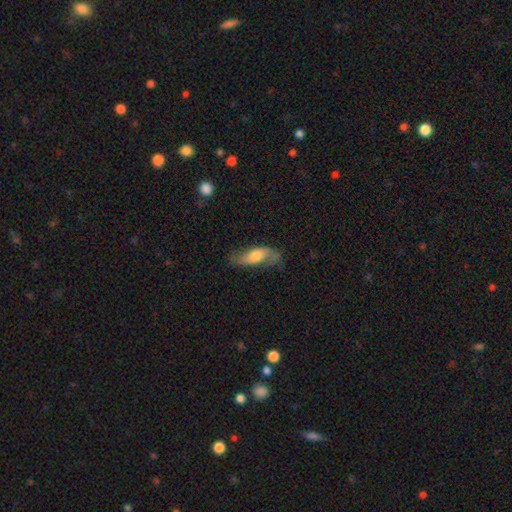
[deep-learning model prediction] Smooth or featured?
  - smooth: 47% * (tied)
  - featured or disk: 47% * (tied)
  - star or artifact: 7%
Merging?
  - none: 63% *
  - minor disturbance: 24%
  - major disturbance: 10%
  - merger: 2%